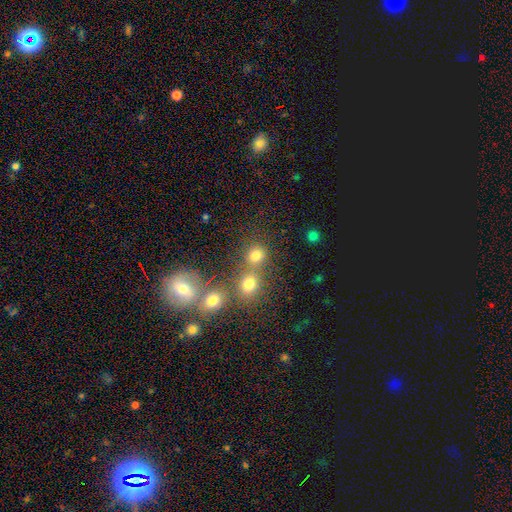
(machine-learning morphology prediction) Smooth or featured?
  - smooth: 76% *
  - star or artifact: 17%
  - featured or disk: 7%
How rounded?
  - round: 78% *
  - in between: 20%
  - cigar-shaped: 1%
Merging?
  - none: 56% *
  - merger: 31%
  - minor disturbance: 8%
  - major disturbance: 5%